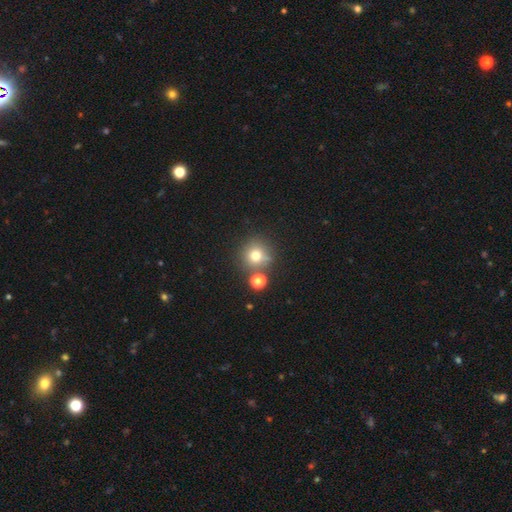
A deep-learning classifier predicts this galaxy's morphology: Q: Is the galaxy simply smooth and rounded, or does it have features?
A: smooth — 72%.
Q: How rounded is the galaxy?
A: round — 92%.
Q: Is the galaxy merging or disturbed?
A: none — 71%.